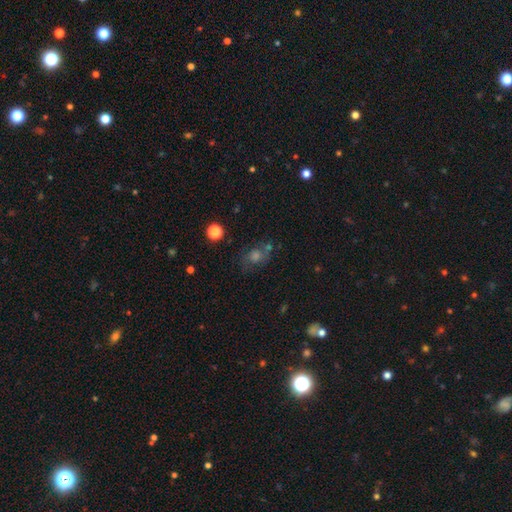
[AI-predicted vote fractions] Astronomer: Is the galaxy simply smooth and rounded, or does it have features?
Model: smooth — 40% (runner-up: star or artifact, 31%).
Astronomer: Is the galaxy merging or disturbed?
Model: none — 64%.